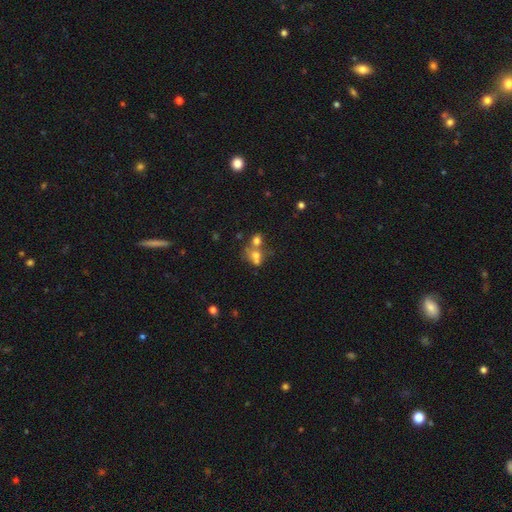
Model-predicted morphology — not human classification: This is likely a smooth galaxy (63%). How rounded: likely round (63%). Merging: possibly merger (57%).